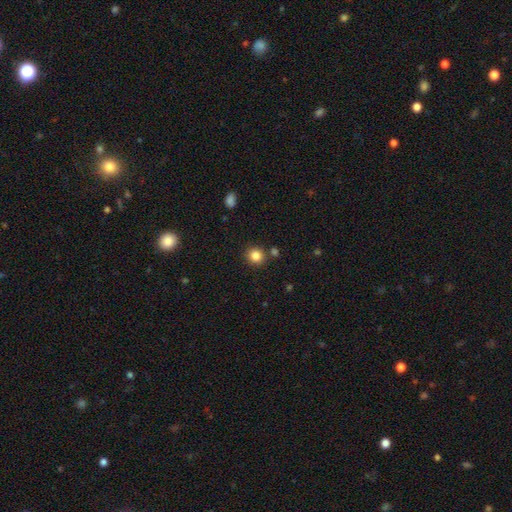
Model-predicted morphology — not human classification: Smooth or featured: smooth — 84% (star or artifact — 11%)
How rounded: round — 91% (in between — 8%)
Merging: none — 85% (minor disturbance — 7%)